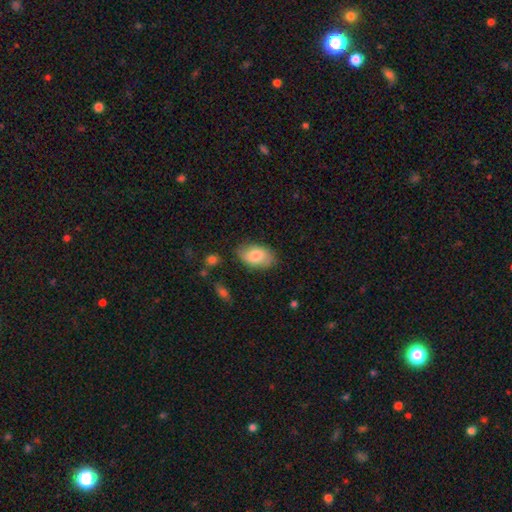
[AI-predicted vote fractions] Smooth or featured: smooth — 78% (featured or disk — 15%)
How rounded: in between — 92% (round — 6%)
Merging: none — 77% (minor disturbance — 17%)